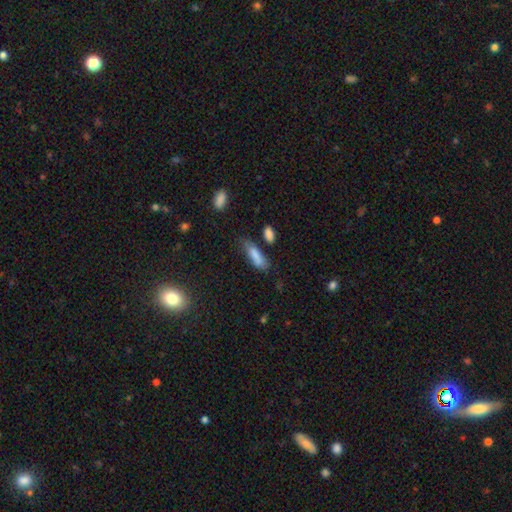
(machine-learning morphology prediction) Overall: smooth (81%). How rounded: in between (49%; cigar-shaped 48%). Merging: none (54%; minor disturbance 28%).